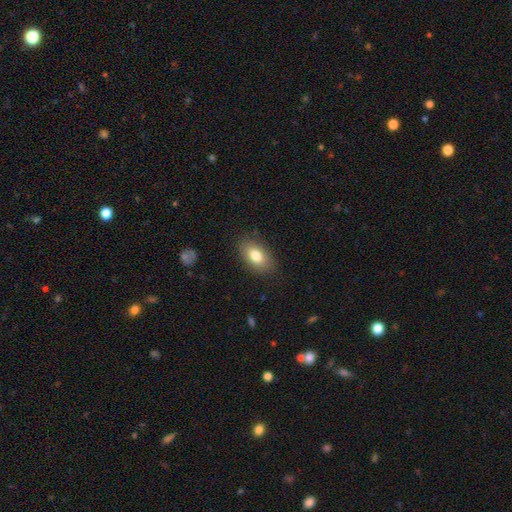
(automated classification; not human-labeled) Smooth or featured? Predicted: smooth (p=0.79). How rounded? Predicted: in between (p=0.89). Merging? Predicted: none (p=0.85).